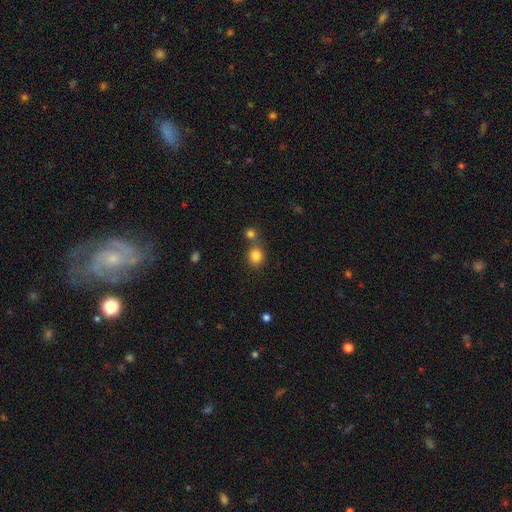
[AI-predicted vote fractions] This appears to be a smooth galaxy with no disk features (83%) that is round (78%). Merging: none (62%).